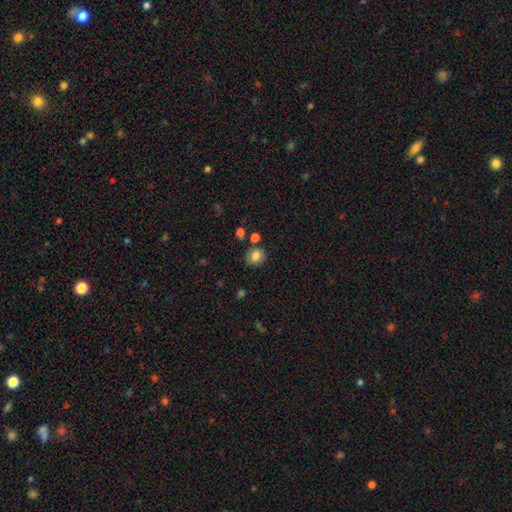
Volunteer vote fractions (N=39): Volunteers were most divided on "merging": none: 61%, minor disturbance: 17%, merger: 14%, major disturbance: 8%. More confident: how rounded — round (87%); smooth or featured — smooth (77%).